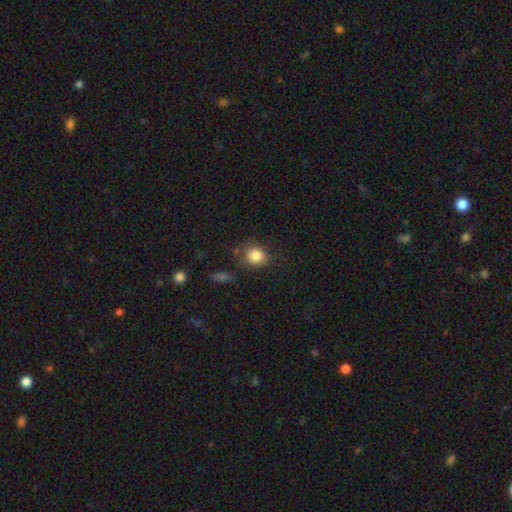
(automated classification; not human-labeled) Smooth or featured?
  - smooth: 85% *
  - star or artifact: 10%
  - featured or disk: 6%
How rounded?
  - round: 77% *
  - in between: 22%
  - cigar-shaped: 1%
Merging?
  - none: 72% *
  - minor disturbance: 17%
  - major disturbance: 6%
  - merger: 4%